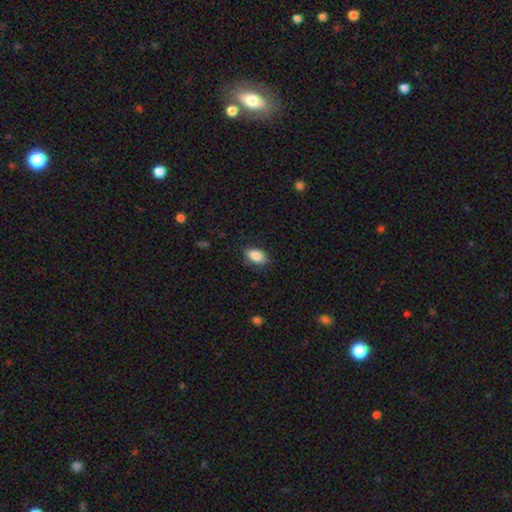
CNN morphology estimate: Smooth or featured: smooth — 87% (star or artifact — 7%)
How rounded: in between — 90% (round — 7%)
Merging: none — 81% (minor disturbance — 15%)